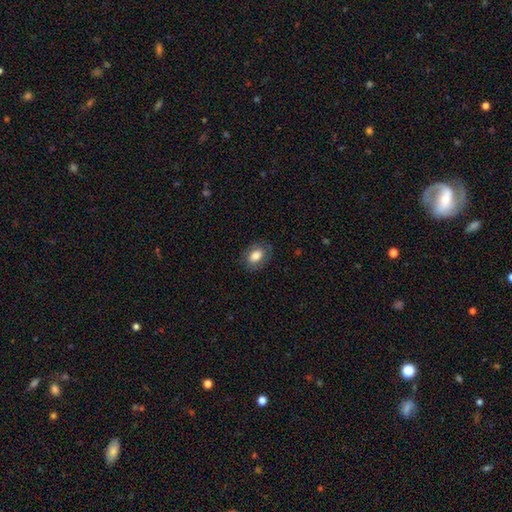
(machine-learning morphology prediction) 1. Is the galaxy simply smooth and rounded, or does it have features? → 76% smooth, 16% featured or disk, 7% star or artifact.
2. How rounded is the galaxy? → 80% in between, 18% round, 1% cigar-shaped.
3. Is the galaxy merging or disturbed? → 82% none, 13% minor disturbance, 4% major disturbance, 1% merger.